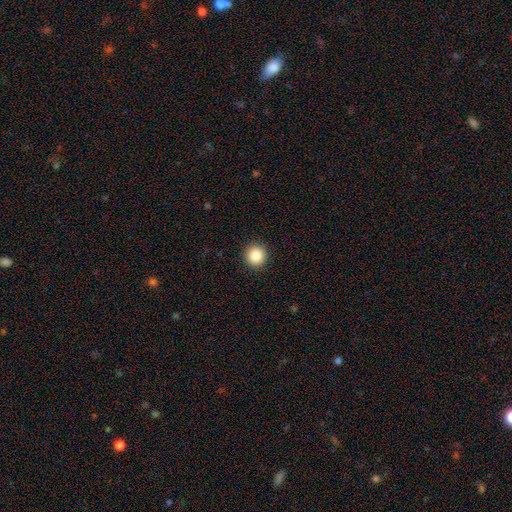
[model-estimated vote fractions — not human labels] Smooth or featured? Predicted: smooth (p=0.86). How rounded? Predicted: round (p=0.93). Merging? Predicted: none (p=0.93).